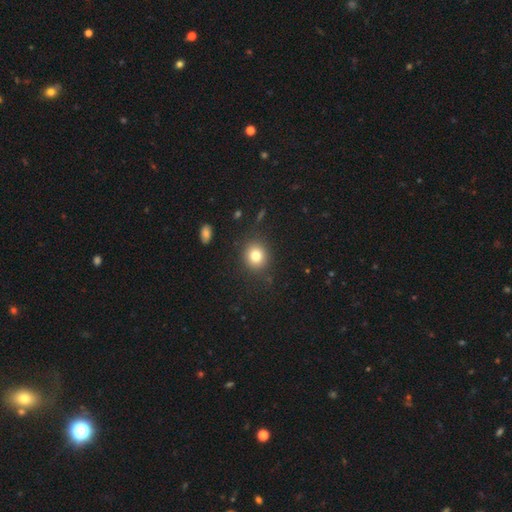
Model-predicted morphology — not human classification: Overall: smooth (79%). How rounded: round (82%). Merging: none (87%).